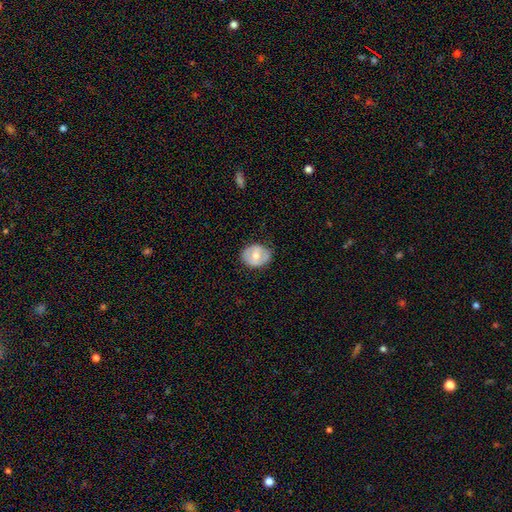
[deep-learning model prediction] smooth-or-featured: smooth: 55% | featured or disk: 39% | star or artifact: 7%
  how-rounded: round: 53% | in between: 46% | cigar-shaped: 1%
  merging: none: 80% | minor disturbance: 15% | major disturbance: 4% | merger: 1%